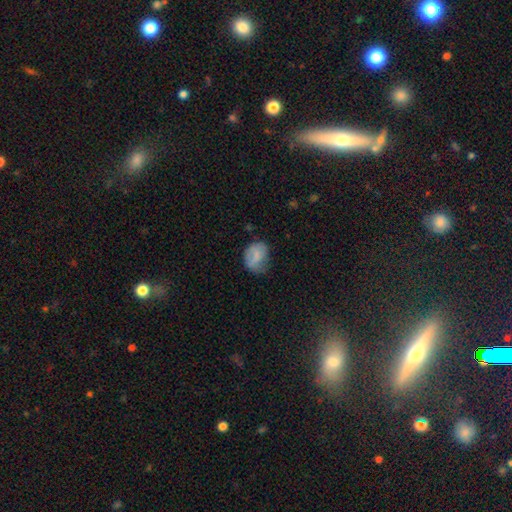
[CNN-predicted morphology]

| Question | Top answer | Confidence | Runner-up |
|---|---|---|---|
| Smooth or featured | smooth | 74% | featured or disk (17%) |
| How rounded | in between | 62% | round (37%) |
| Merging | none | 49% | minor disturbance (34%) |